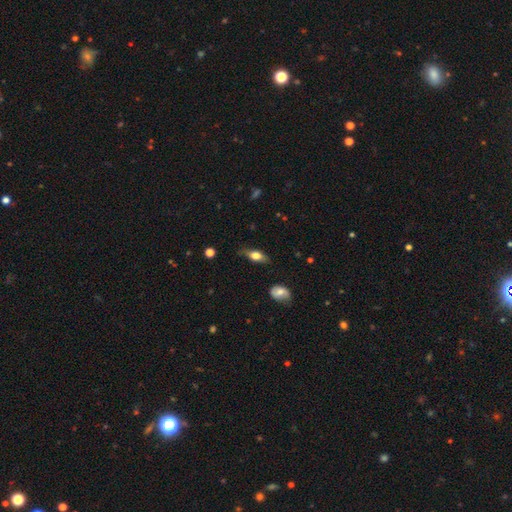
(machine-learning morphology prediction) This is likely a smooth galaxy (61%). How rounded: likely in between (69%). Merging: likely none (73%).